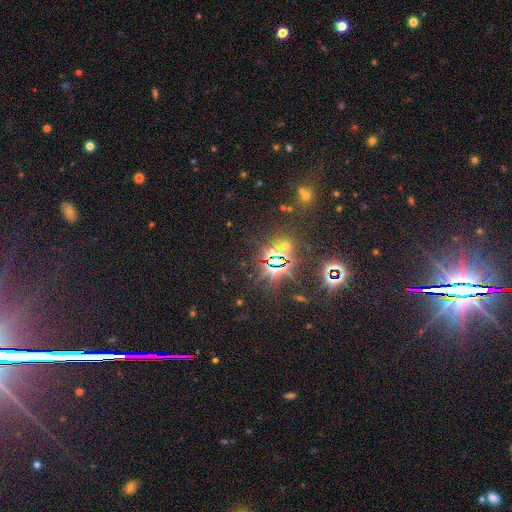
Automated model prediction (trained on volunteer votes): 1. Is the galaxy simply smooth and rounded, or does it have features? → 71% star or artifact, 17% smooth, 12% featured or disk.